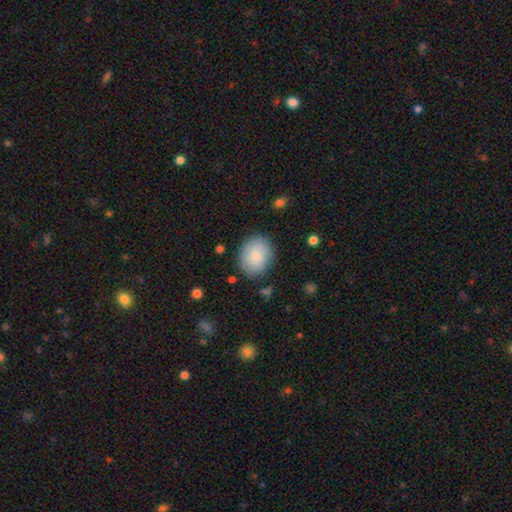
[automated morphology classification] A smooth galaxy with no disk features (81%) that is in between round and cigar-shaped (53%).

Vote fractions:
- Smooth or featured? smooth: 81% / featured or disk: 12% / star or artifact: 7%
- How rounded? in between: 53% / round: 46% / cigar-shaped: 1%
- Merging? none: 83% / minor disturbance: 12% / major disturbance: 4% / merger: 2%